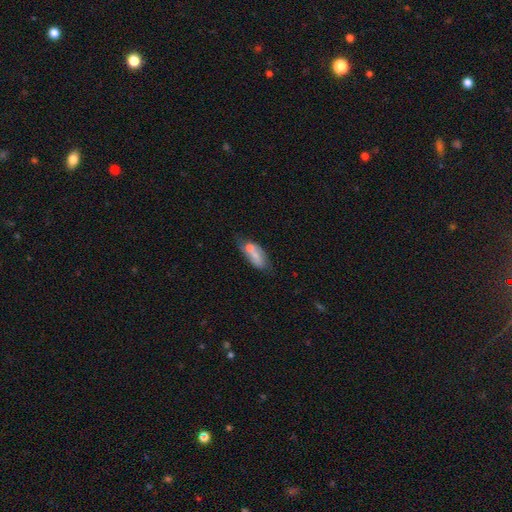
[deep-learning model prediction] A smooth galaxy with no disk features (57%) that is in between round and cigar-shaped (80%).

Vote fractions:
- Smooth or featured? smooth: 57% / featured or disk: 35% / star or artifact: 8%
- How rounded? in between: 80% / cigar-shaped: 15% / round: 4%
- Merging? none: 39% / merger: 31% / minor disturbance: 20% / major disturbance: 9%